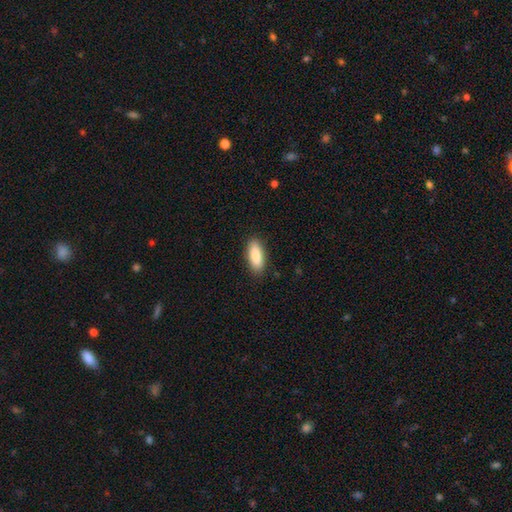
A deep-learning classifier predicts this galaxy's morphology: The model was most divided on "how rounded": in between: 76%, cigar-shaped: 22%, round: 2%. More confident: merging — none (88%); smooth or featured — smooth (86%).